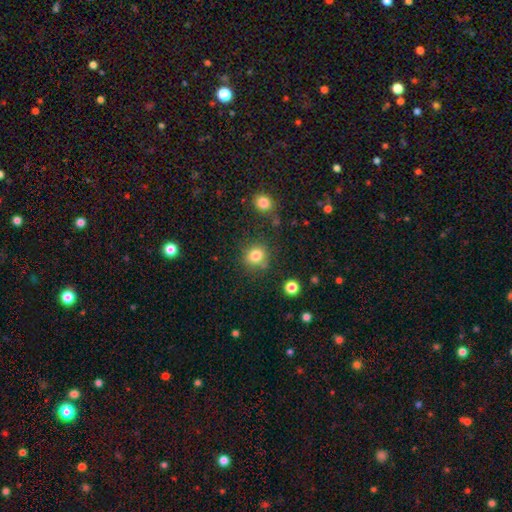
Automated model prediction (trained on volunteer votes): The model was most divided on "merging": none: 75%, minor disturbance: 14%, merger: 6%, major disturbance: 5%. More confident: smooth or featured — smooth (82%); how rounded — round (81%).